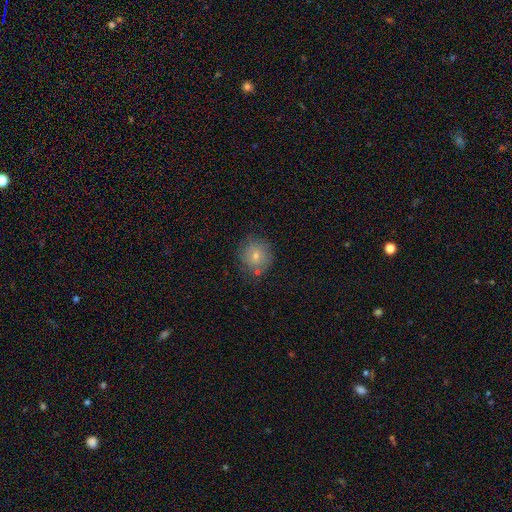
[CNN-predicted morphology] smooth_or_featured: smooth (p=0.62) [alt: featured or disk p=0.24]
how_rounded: round (p=0.88) [alt: in between p=0.11]
merging: none (p=0.77) [alt: minor disturbance p=0.15]